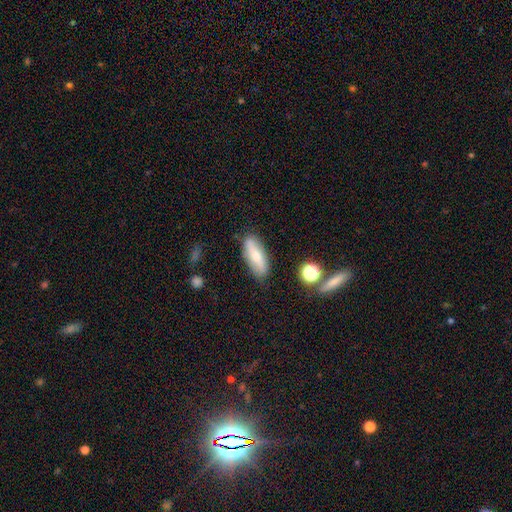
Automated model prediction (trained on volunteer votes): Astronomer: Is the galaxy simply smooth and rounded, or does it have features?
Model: smooth — 61%.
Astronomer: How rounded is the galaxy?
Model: in between — 62%.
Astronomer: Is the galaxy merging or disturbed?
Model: none — 82%.